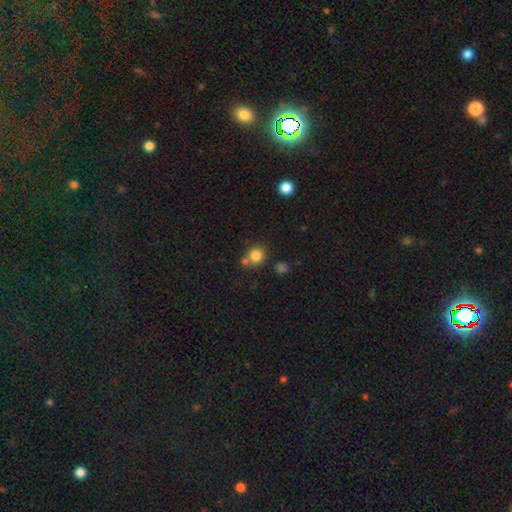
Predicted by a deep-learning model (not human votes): Morphology: type=smooth (82%); roundness=round (88%); merging=none (65%).